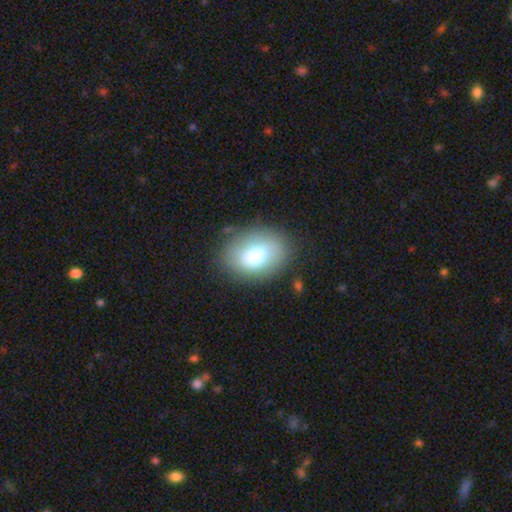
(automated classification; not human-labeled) Smooth or featured? Predicted: smooth (p=0.75). How rounded? Predicted: in between (p=0.80). Merging? Predicted: none (p=0.77).